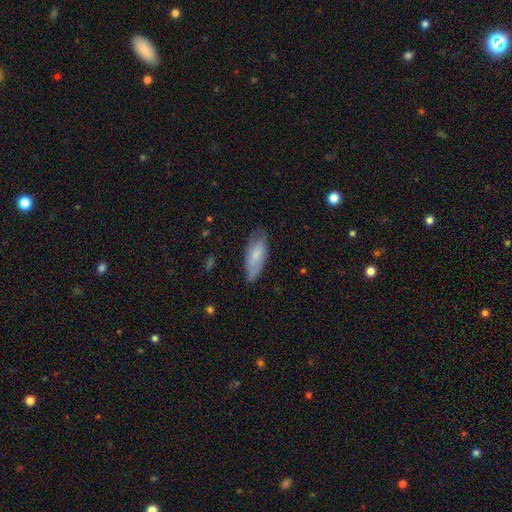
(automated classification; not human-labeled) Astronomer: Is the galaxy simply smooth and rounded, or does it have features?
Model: smooth — 63%.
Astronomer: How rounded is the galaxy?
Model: in between — 75%.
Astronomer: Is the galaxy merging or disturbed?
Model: none — 71%.